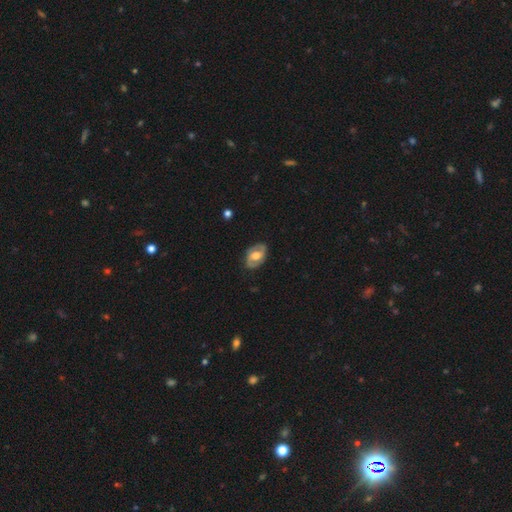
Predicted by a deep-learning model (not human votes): A featured or disk galaxy (60%) with no bar (51%), spiral arms (53%) and a moderate central bulge (54%). Merging: none (81%).